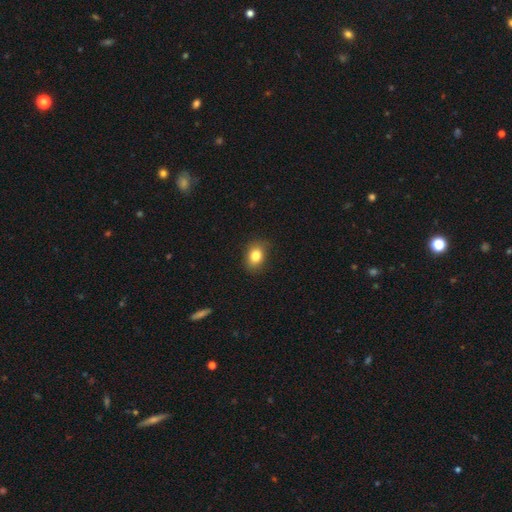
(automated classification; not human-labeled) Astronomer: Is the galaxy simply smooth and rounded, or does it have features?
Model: smooth — 83%.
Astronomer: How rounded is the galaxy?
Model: in between — 67%.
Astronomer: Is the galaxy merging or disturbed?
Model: none — 83%.